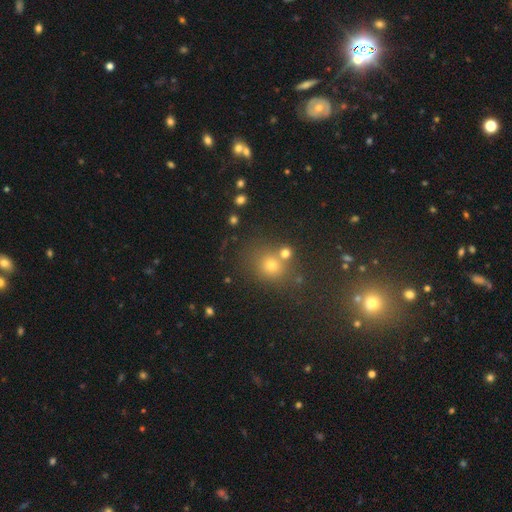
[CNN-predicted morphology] type=smooth (54%); roundness=round (80%); merging=none (67%).